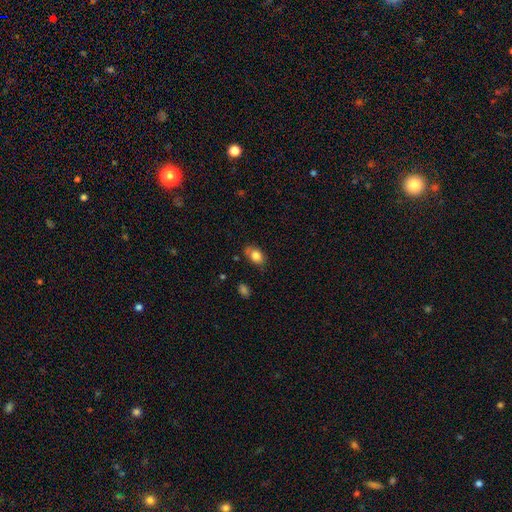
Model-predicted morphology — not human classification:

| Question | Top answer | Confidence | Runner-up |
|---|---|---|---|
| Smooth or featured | smooth | 81% | featured or disk (11%) |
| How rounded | in between | 82% | round (16%) |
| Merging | none | 67% | minor disturbance (24%) |